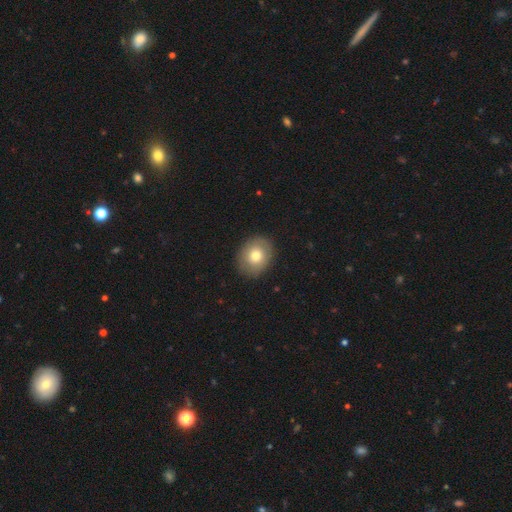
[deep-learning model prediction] Q: Smooth or featured?
A: smooth (73%); runner-up: featured or disk (19%)
Q: How rounded?
A: round (55%); runner-up: in between (44%)
Q: Merging?
A: none (86%); runner-up: minor disturbance (10%)